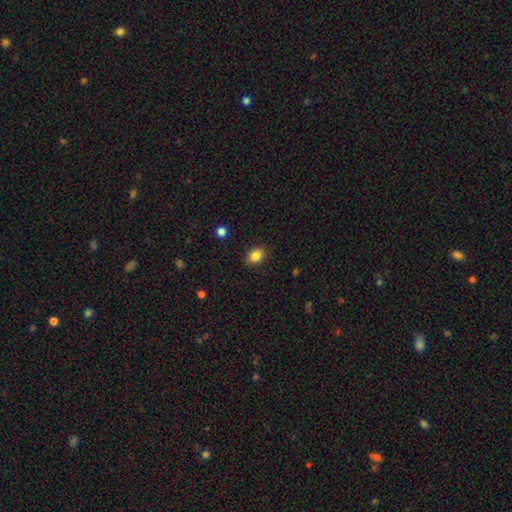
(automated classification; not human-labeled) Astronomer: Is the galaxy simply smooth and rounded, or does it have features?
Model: smooth — 85%.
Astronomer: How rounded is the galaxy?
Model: in between — 60% (runner-up: round, 39%).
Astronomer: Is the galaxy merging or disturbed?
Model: none — 88%.